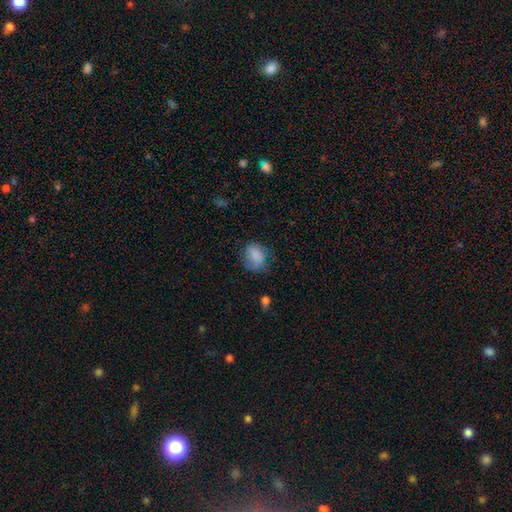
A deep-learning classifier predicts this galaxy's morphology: smooth-or-featured: smooth: 75% | featured or disk: 15% | star or artifact: 10%
  how-rounded: in between: 51% | round: 48% | cigar-shaped: 1%
  merging: none: 48% | minor disturbance: 30% | major disturbance: 19% | merger: 2%